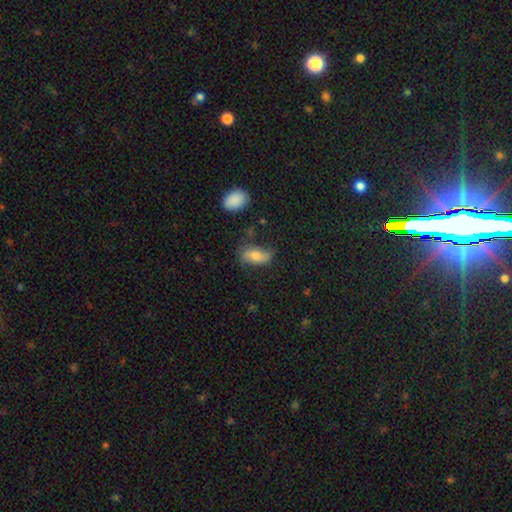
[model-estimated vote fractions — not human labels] A smooth galaxy with no disk features (68%) that is in between round and cigar-shaped (88%). Merging: none (66%).